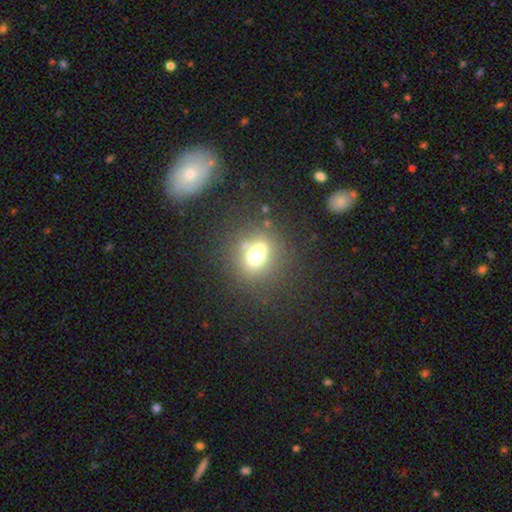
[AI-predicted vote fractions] Smooth or featured? Predicted: smooth (p=0.62). How rounded? Predicted: round (p=0.82). Merging? Predicted: none (p=0.57).